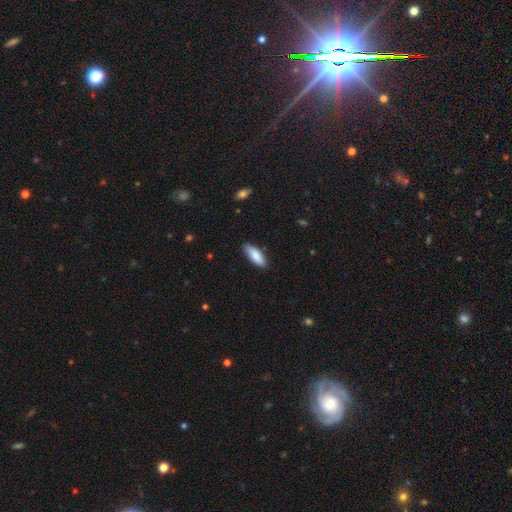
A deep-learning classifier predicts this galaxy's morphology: This appears to be a smooth galaxy with no disk features (87%) that is in between round and cigar-shaped (71%). Merging: none (83%).